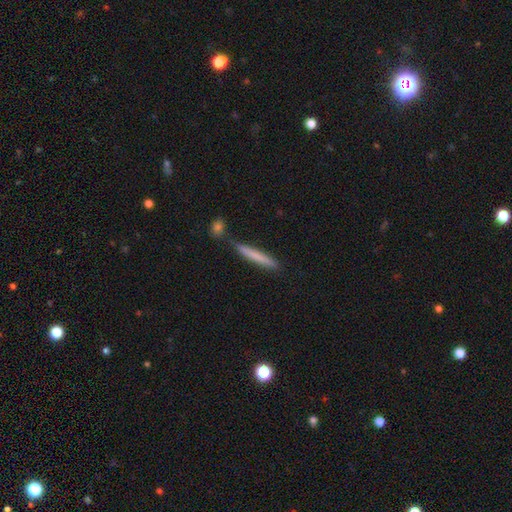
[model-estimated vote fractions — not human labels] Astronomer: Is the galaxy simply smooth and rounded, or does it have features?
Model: smooth — 72%.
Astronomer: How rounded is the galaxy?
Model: cigar-shaped — 95%.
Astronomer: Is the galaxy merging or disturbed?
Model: none — 76%.